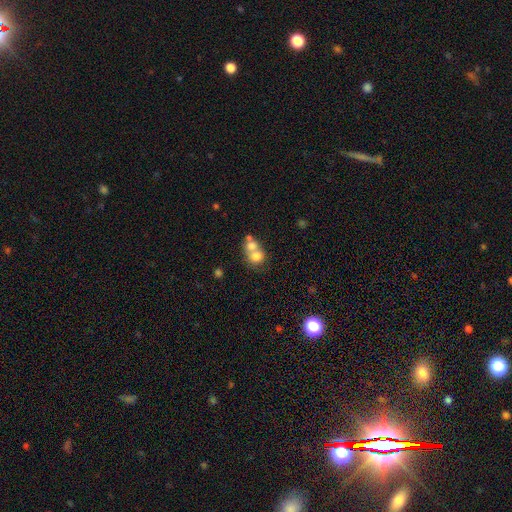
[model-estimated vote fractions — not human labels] Q: Smooth or featured?
A: smooth (70%); runner-up: featured or disk (19%)
Q: How rounded?
A: round (68%); runner-up: in between (31%)
Q: Merging?
A: merger (66%); runner-up: none (24%)